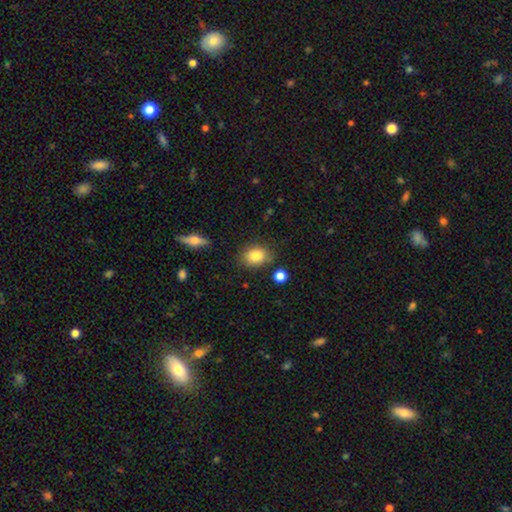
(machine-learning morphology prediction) Smooth or featured?
  - smooth: 83% *
  - star or artifact: 9%
  - featured or disk: 8%
How rounded?
  - in between: 59% *
  - round: 39%
  - cigar-shaped: 1%
Merging?
  - none: 79% *
  - minor disturbance: 14%
  - merger: 4%
  - major disturbance: 3%